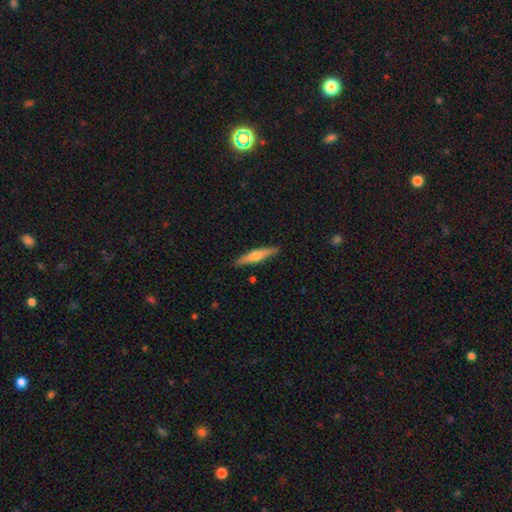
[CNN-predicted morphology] Smooth or featured? featured or disk (48%)
Merging? none (89%)